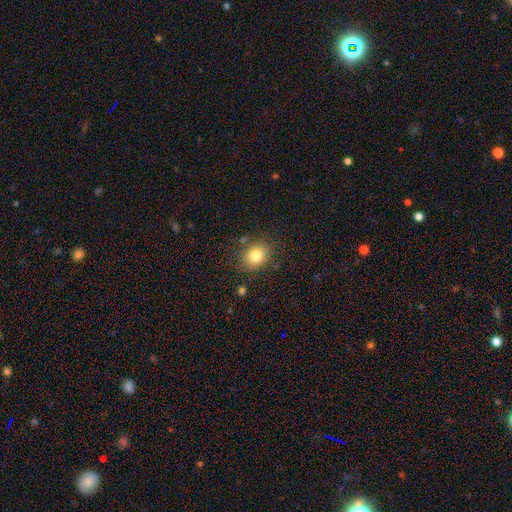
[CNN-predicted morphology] This appears to be a smooth galaxy with no disk features (80%) that is round (56%). Merging: none (82%).